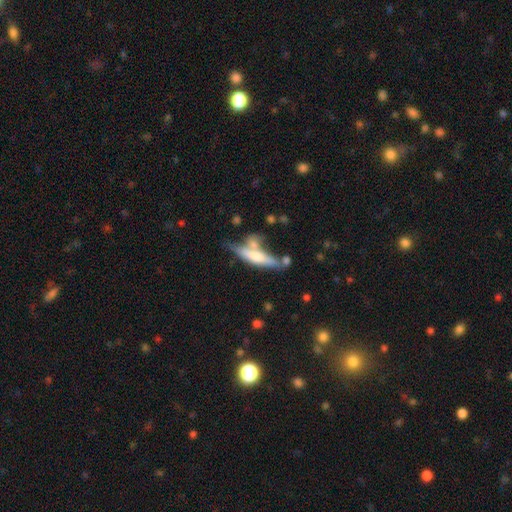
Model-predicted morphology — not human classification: smooth_or_featured: smooth (p=0.49) [alt: featured or disk p=0.44]
merging: none (p=0.46) [alt: merger p=0.26]